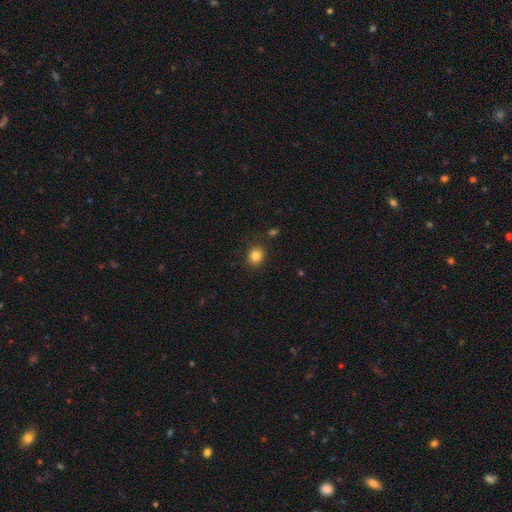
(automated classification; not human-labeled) Smooth or featured? smooth (84%)
How rounded? round (71%)
Merging? none (87%)